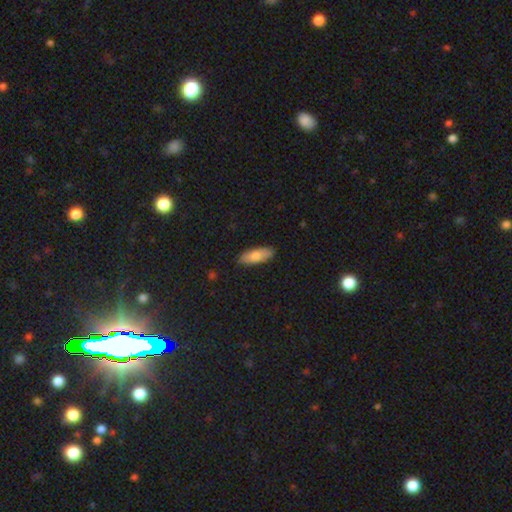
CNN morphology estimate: Smooth or featured?
  - smooth: 77% *
  - featured or disk: 17%
  - star or artifact: 6%
How rounded?
  - in between: 69% *
  - cigar-shaped: 29%
  - round: 2%
Merging?
  - none: 88% *
  - minor disturbance: 9%
  - major disturbance: 2%
  - merger: 1%